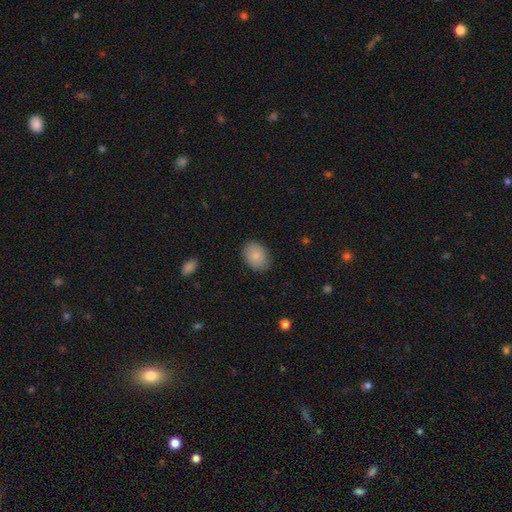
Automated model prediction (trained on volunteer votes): This appears to be a smooth galaxy with no disk features (87%) that is in between round and cigar-shaped (72%). Merging: none (85%).